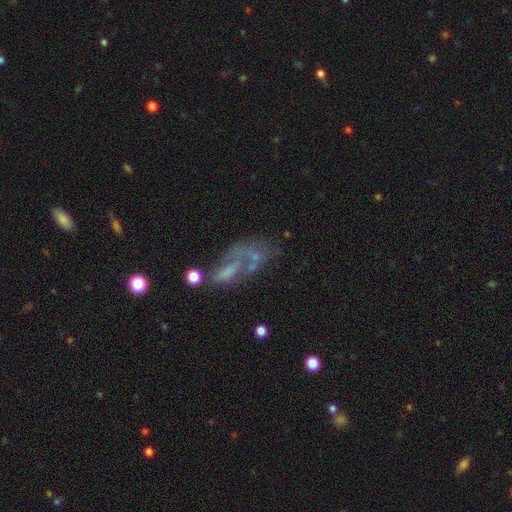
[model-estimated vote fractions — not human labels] Smooth or featured? Predicted: featured or disk (p=0.49). Merging? Predicted: major disturbance (p=0.39).